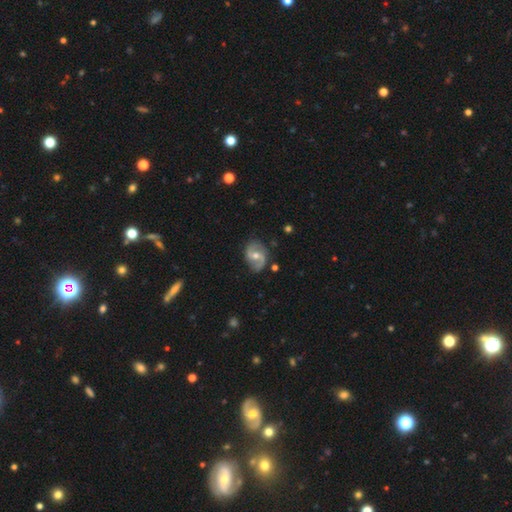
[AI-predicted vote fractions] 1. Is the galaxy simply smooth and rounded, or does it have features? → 83% featured or disk, 11% smooth, 6% star or artifact.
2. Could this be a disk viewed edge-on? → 97% no, 3% yes.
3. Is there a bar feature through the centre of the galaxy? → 48% weak, 35% no, 17% strong.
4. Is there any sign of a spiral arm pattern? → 94% yes, 6% no.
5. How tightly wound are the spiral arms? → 45% medium, 39% loose, 16% tight.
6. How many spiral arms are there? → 91% 2, 4% can't tell, 3% 1, 1% 3, 1% 4, 1% more than 4.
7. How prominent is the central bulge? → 66% moderate, 29% small, 3% large, 2% none, 1% dominant.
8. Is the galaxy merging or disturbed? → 79% none, 15% minor disturbance, 4% major disturbance, 2% merger.